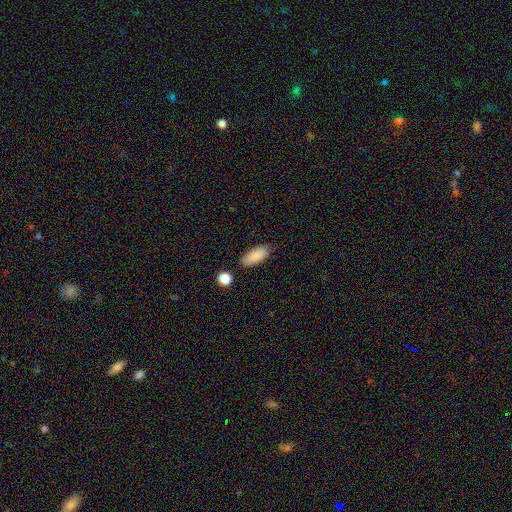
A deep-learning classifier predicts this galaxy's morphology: This is clearly a smooth galaxy (88%). How rounded: clearly in between (85%). Merging: clearly none (83%).